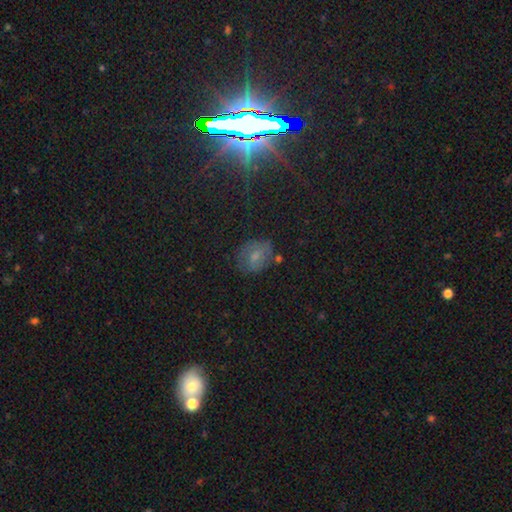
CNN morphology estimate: type=smooth (52%); roundness=in between (55%); merging=none (69%).